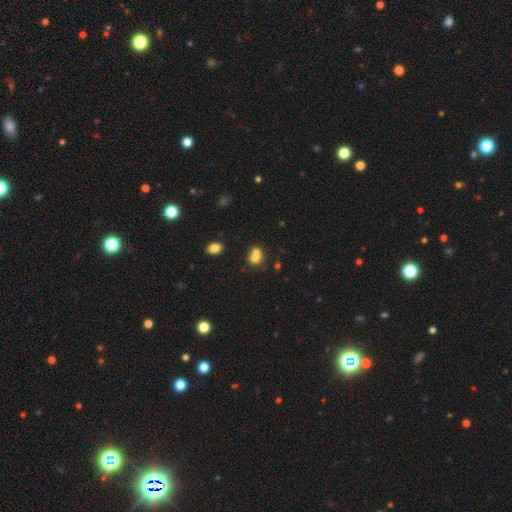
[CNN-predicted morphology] The model was most divided on "how rounded": round: 62%, in between: 37%, cigar-shaped: 1%. More confident: smooth or featured — smooth (71%); merging — merger (62%).